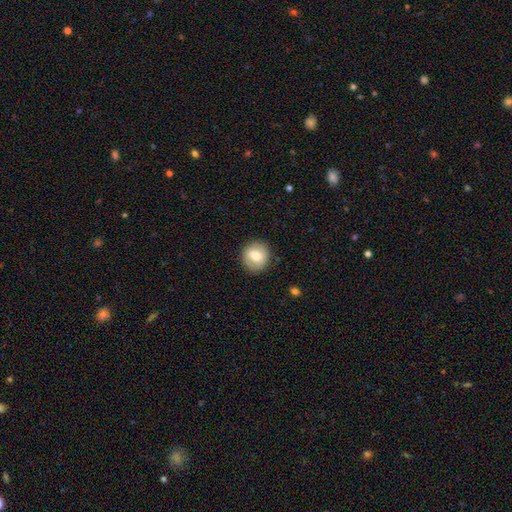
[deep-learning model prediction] smooth 70%, featured or disk 22%, star or artifact 8%. Down the decision tree: how rounded — round (87%); merging — none (87%).